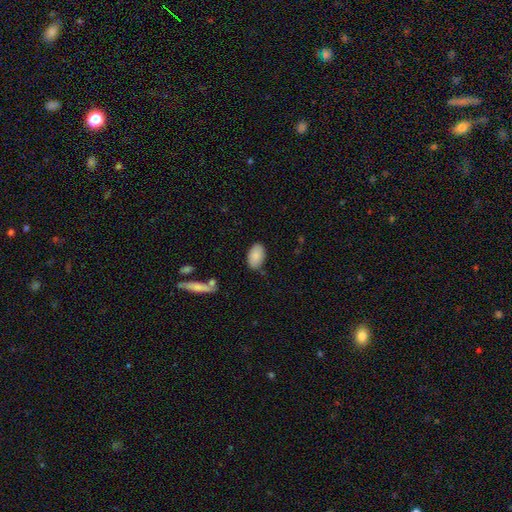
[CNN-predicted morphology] Smooth or featured? smooth (87%)
How rounded? in between (93%)
Merging? none (76%)